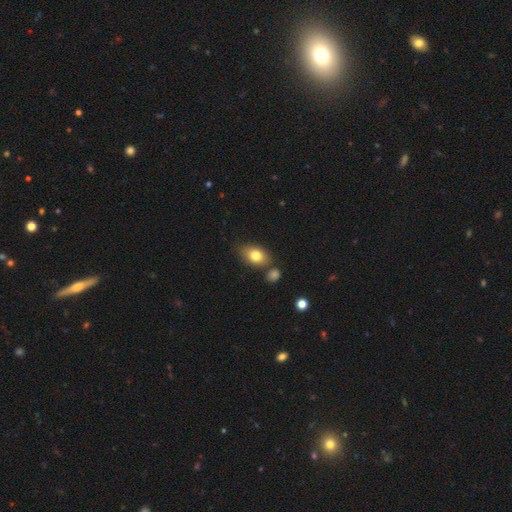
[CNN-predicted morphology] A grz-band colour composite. It shows a smooth galaxy with no disk features (79%) that is in between round and cigar-shaped (83%). Merging: none (68%).